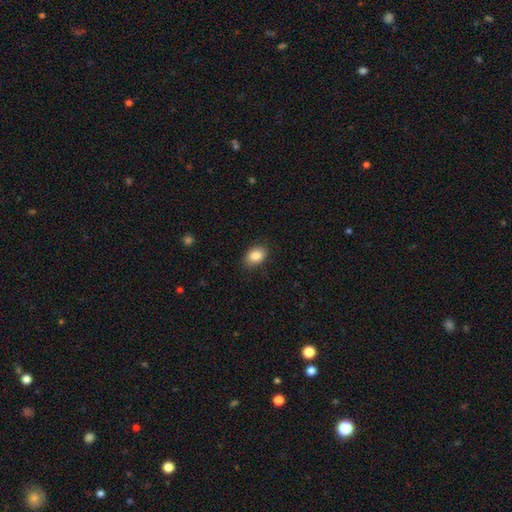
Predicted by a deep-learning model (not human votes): Smooth or featured: smooth — 86% (star or artifact — 8%)
How rounded: in between — 83% (round — 16%)
Merging: none — 85% (minor disturbance — 12%)